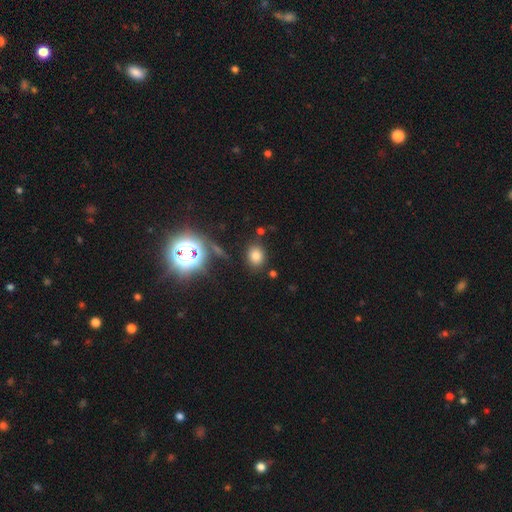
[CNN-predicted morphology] Overall: smooth (74%). How rounded: round (53%; in between 46%). Merging: none (82%).